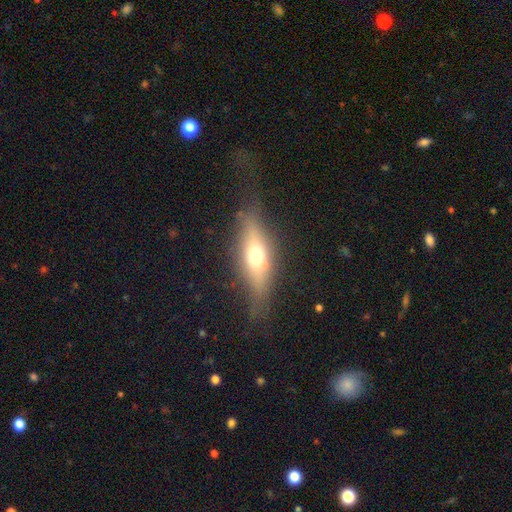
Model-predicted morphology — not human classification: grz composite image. It shows a featured or disk galaxy (48%). Merging: none (70%).